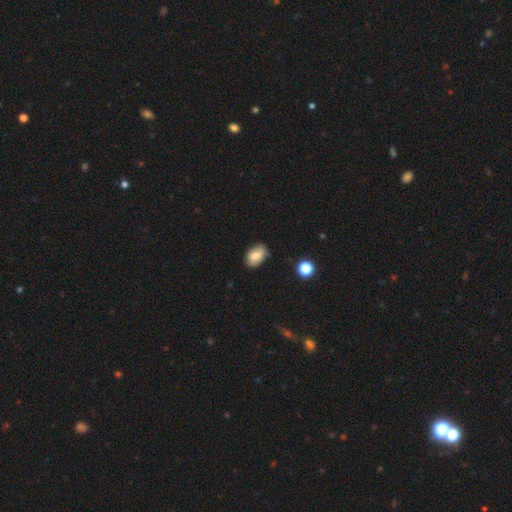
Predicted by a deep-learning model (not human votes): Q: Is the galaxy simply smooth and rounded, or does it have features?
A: smooth — 78%.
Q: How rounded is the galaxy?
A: in between — 87%.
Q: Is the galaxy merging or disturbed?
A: none — 73%.